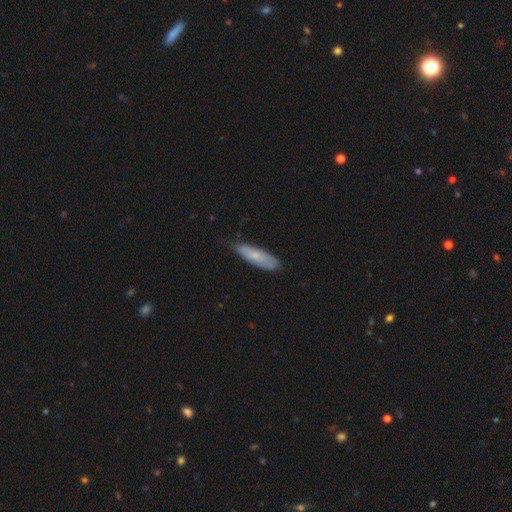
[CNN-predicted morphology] This appears to be a smooth galaxy with no disk features (72%) that is cigar-shaped (64%). Merging: none (75%).